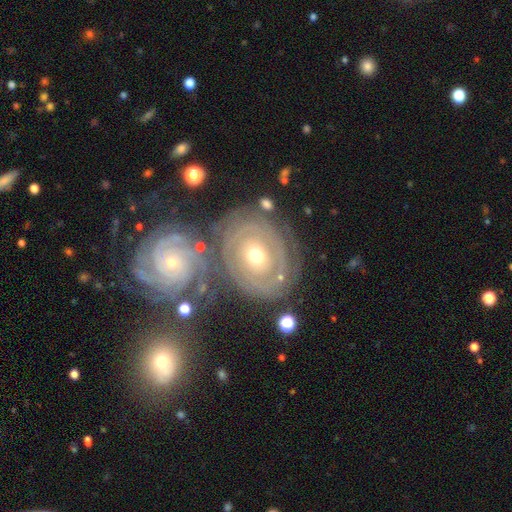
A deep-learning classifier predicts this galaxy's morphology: smooth_or_featured: featured or disk (p=0.82) [alt: smooth p=0.12]
disk_edge_on: no (p=0.96) [alt: yes p=0.04]
bar: no (p=0.82) [alt: weak p=0.12]
has_spiral_arms: yes (p=0.87) [alt: no p=0.13]
spiral_winding: tight (p=0.85) [alt: medium p=0.12]
spiral_arm_count: can't tell (p=0.33) [alt: 2 p=0.29]
bulge_size: moderate (p=0.56) [alt: small p=0.37]
merging: none (p=0.61) [alt: merger p=0.19]